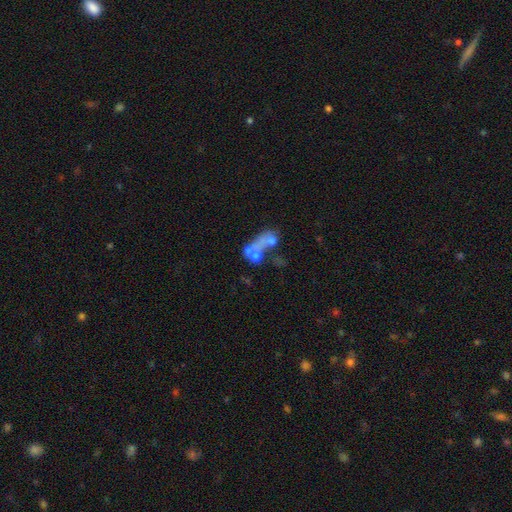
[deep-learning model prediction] A smooth galaxy with no disk features (44%).

Vote fractions:
- Smooth or featured? smooth: 44% / featured or disk: 41% / star or artifact: 15%
- Merging? merger: 53% / major disturbance: 21% / none: 18% / minor disturbance: 8%